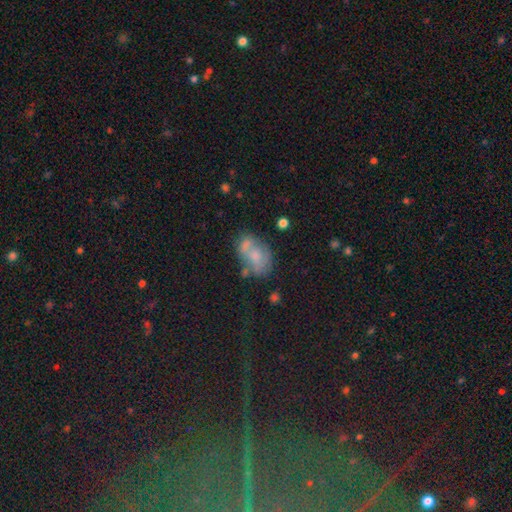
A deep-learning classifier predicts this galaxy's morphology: A smooth galaxy with no disk features (49%).

Vote fractions:
- Smooth or featured? smooth: 49% / featured or disk: 32% / star or artifact: 19%
- Merging? none: 46% / minor disturbance: 22% / merger: 21% / major disturbance: 11%